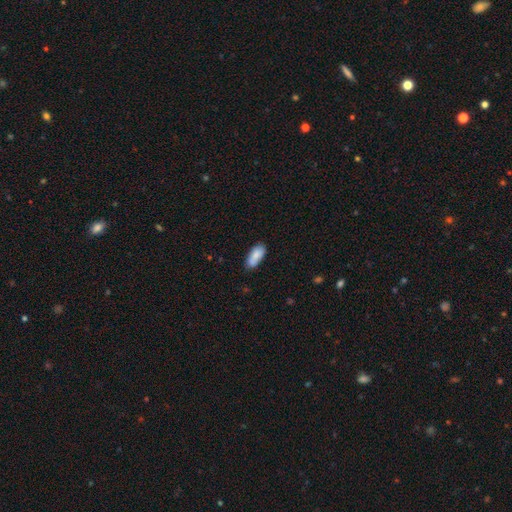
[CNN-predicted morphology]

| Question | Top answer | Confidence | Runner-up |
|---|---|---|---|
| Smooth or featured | smooth | 81% | featured or disk (13%) |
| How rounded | in between | 84% | cigar-shaped (14%) |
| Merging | none | 70% | minor disturbance (19%) |